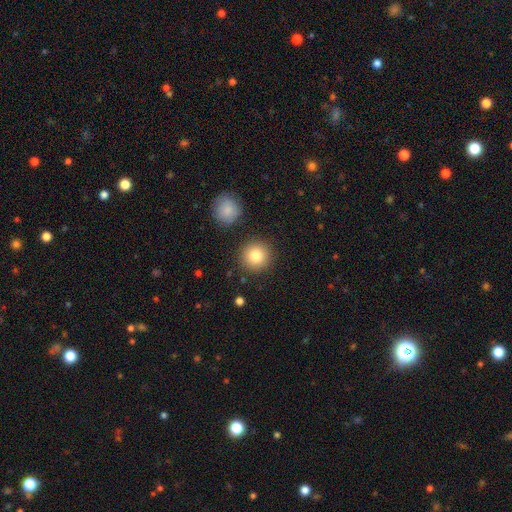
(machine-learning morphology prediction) This is clearly a smooth galaxy (83%). How rounded: clearly round (95%). Merging: clearly none (88%).